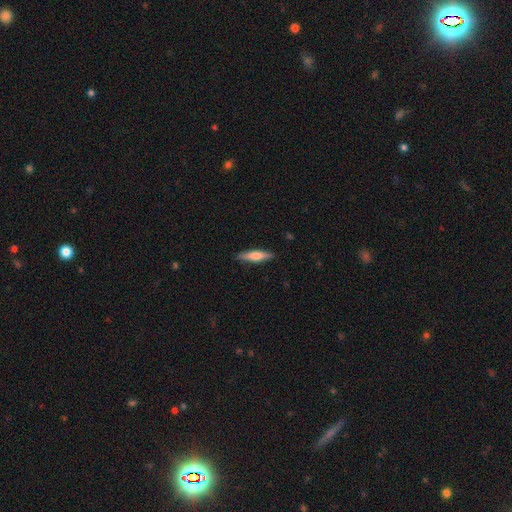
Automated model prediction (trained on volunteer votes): Smooth or featured: smooth — 59% (featured or disk — 35%)
How rounded: cigar-shaped — 79% (in between — 19%)
Merging: none — 89% (minor disturbance — 9%)